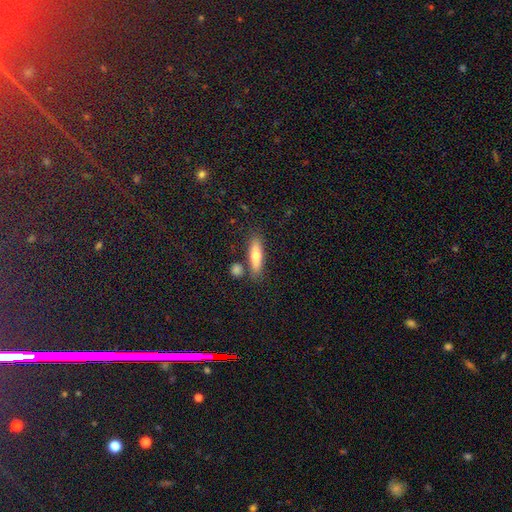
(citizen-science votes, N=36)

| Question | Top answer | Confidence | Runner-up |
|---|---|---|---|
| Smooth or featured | smooth | 61% | featured or disk (36%) |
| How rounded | cigar-shaped | 86% | in between (14%) |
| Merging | none | 77% | minor disturbance (14%) |